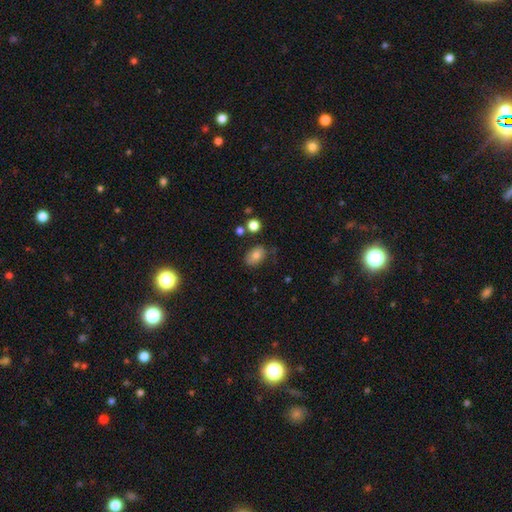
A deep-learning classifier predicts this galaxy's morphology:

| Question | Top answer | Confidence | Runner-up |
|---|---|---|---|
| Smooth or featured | smooth | 75% | featured or disk (15%) |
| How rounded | in between | 82% | round (17%) |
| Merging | none | 72% | minor disturbance (19%) |